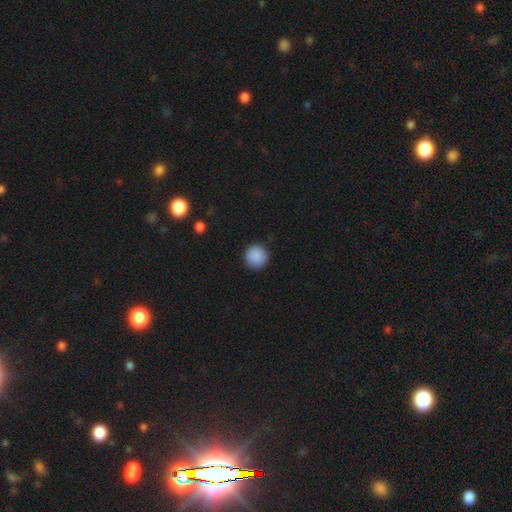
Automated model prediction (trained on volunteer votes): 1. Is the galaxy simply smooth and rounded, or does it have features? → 89% smooth, 8% star or artifact, 3% featured or disk.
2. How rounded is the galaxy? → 95% round, 4% in between, 1% cigar-shaped.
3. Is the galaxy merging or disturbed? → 91% none, 6% minor disturbance, 2% major disturbance, 1% merger.